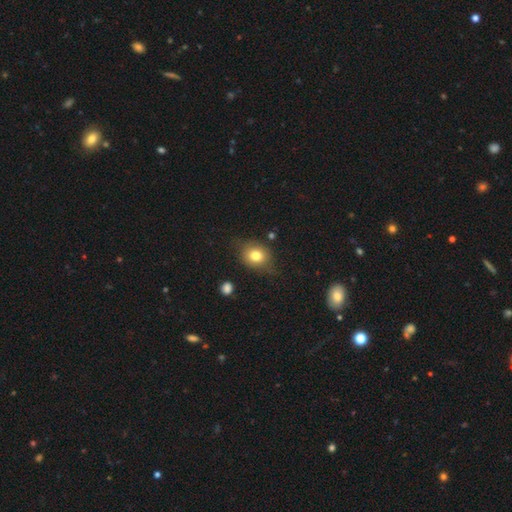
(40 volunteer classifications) A smooth galaxy with no disk features (62%) that is in between round and cigar-shaped (68%). Merging: none (63%).